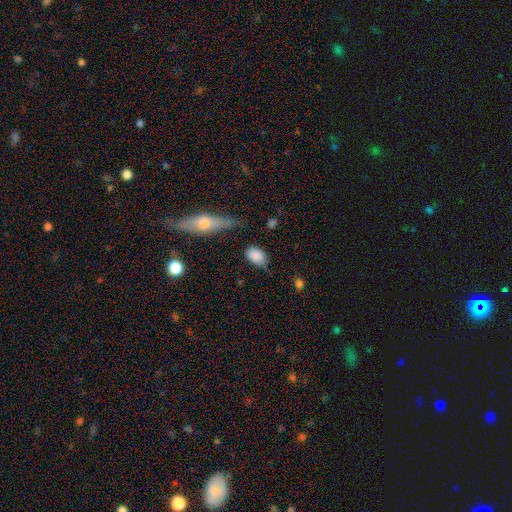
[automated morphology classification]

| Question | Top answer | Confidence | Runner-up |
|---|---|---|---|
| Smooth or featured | smooth | 85% | star or artifact (7%) |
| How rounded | in between | 86% | round (12%) |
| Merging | none | 65% | minor disturbance (25%) |